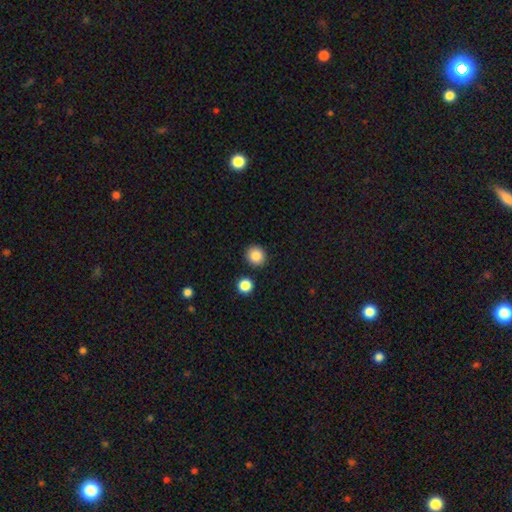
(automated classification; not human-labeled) Q: Smooth or featured?
A: smooth (85%); runner-up: star or artifact (10%)
Q: How rounded?
A: round (89%); runner-up: in between (10%)
Q: Merging?
A: none (89%); runner-up: minor disturbance (6%)